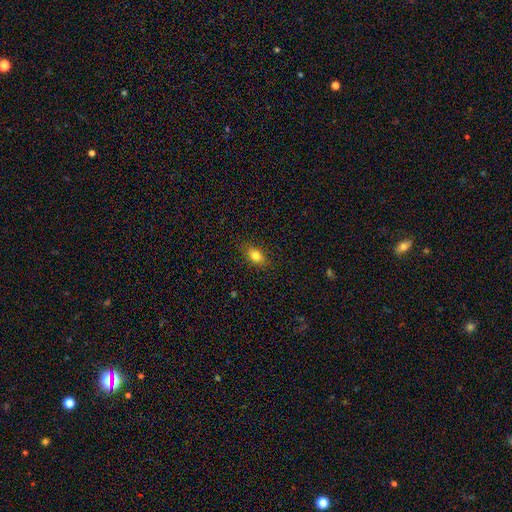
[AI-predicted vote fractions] Morphology: type=smooth (81%); roundness=in between (82%); merging=none (84%).